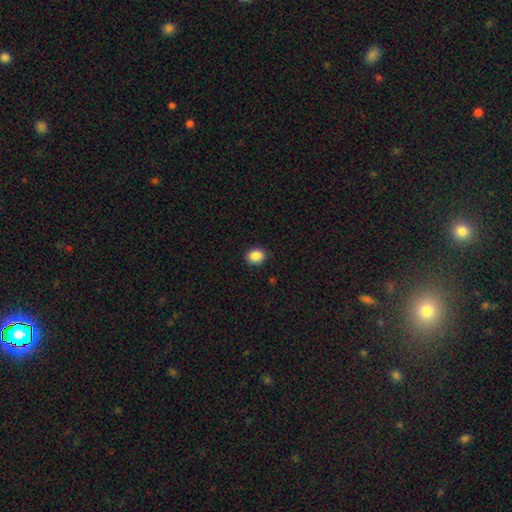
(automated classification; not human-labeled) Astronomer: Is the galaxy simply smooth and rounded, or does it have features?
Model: smooth — 88%.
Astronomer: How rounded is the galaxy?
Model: round — 59% (runner-up: in between, 40%).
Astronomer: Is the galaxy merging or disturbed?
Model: none — 90%.